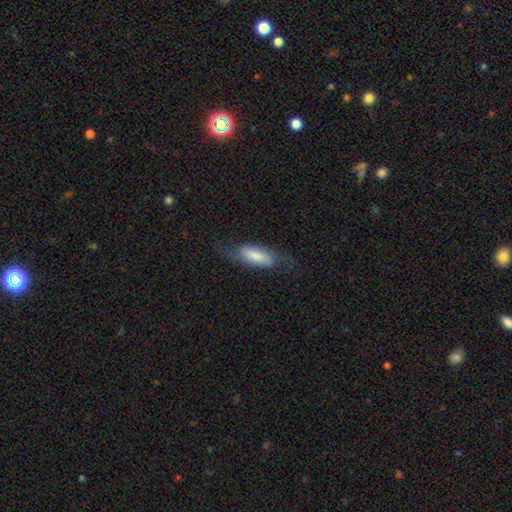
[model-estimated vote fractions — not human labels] Smooth or featured: smooth — 53% (featured or disk — 40%)
How rounded: in between — 76% (cigar-shaped — 22%)
Merging: none — 59% (minor disturbance — 23%)